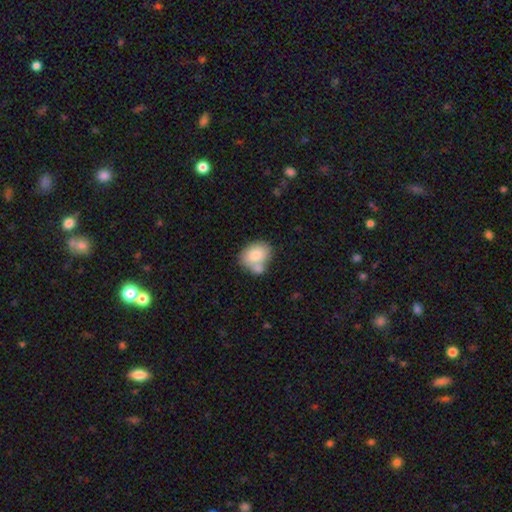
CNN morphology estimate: A smooth galaxy with no disk features (78%) that is in between round and cigar-shaped (53%). Merging: none (45%).